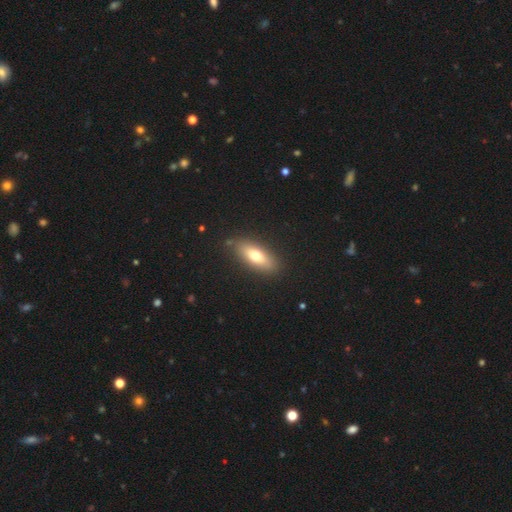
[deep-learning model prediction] This appears to be a smooth galaxy with no disk features (66%) that is in between round and cigar-shaped (67%). Merging: none (84%).